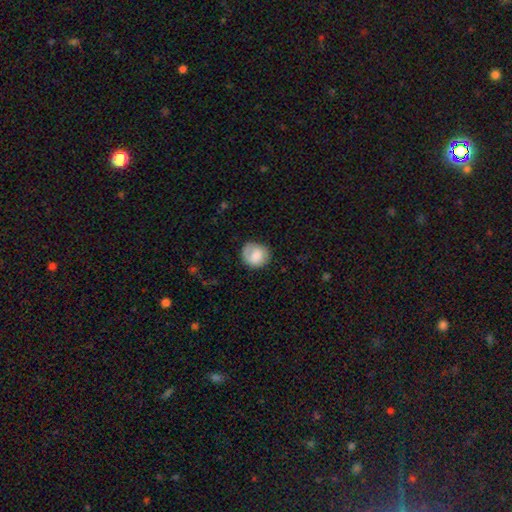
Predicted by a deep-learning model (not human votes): The model was most divided on "merging": none: 69%, minor disturbance: 21%, major disturbance: 8%, merger: 2%. More confident: how rounded — round (80%); smooth or featured — smooth (78%).